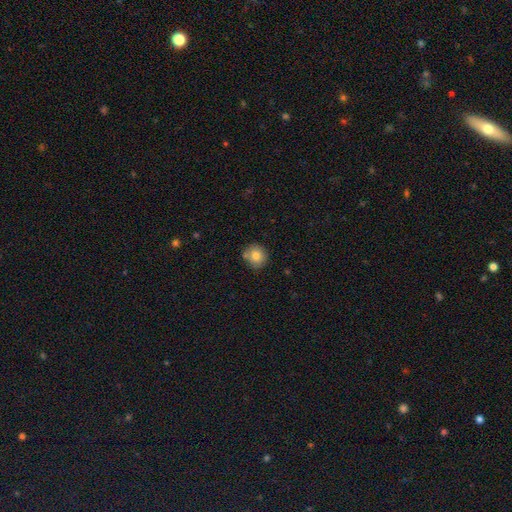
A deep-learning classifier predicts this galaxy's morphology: Overall: smooth (80%). How rounded: round (90%). Merging: none (76%).